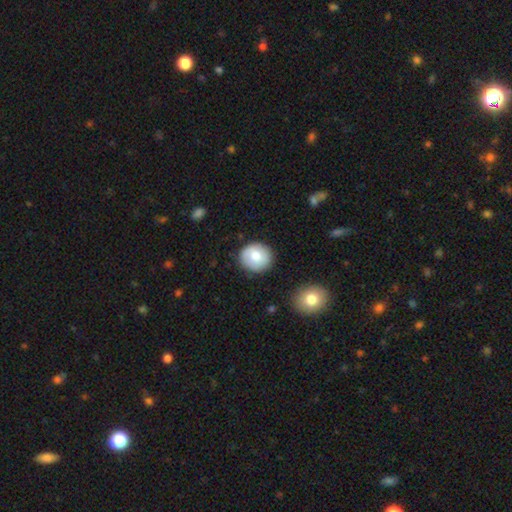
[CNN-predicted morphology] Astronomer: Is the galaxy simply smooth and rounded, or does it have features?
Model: smooth — 75%.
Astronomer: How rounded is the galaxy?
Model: round — 87%.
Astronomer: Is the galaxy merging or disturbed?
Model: none — 87%.